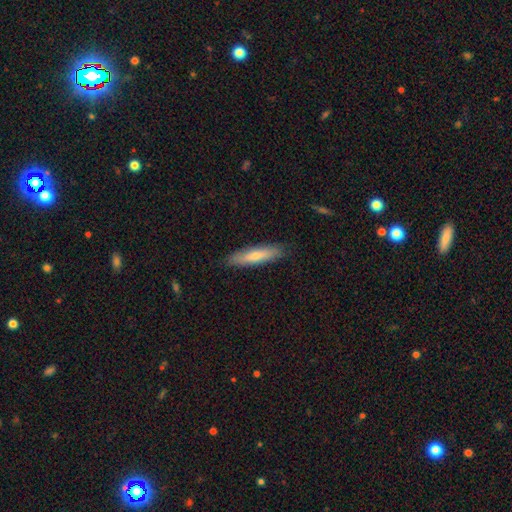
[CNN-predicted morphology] Smooth or featured: smooth — 69% (featured or disk — 26%)
How rounded: cigar-shaped — 78% (in between — 21%)
Merging: none — 86% (minor disturbance — 11%)